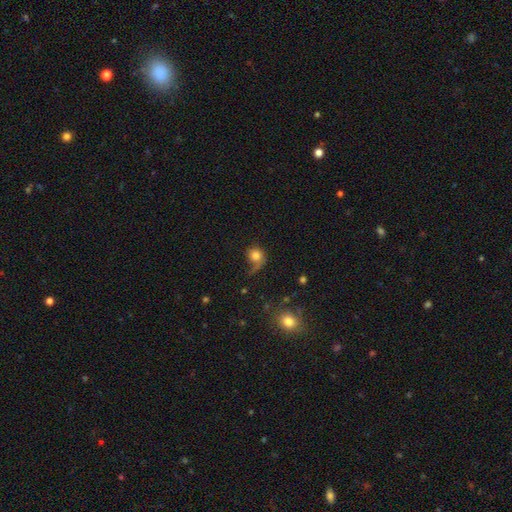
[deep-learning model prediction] This appears to be a smooth galaxy with no disk features (72%) that is round (77%). Merging: none (40%).